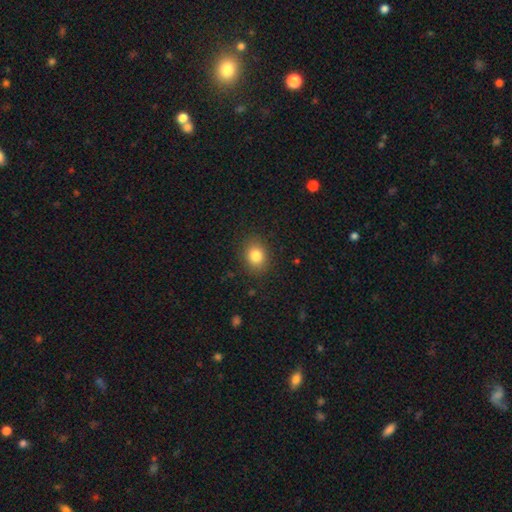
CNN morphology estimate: type=smooth (83%); roundness=round (58%); merging=none (87%).